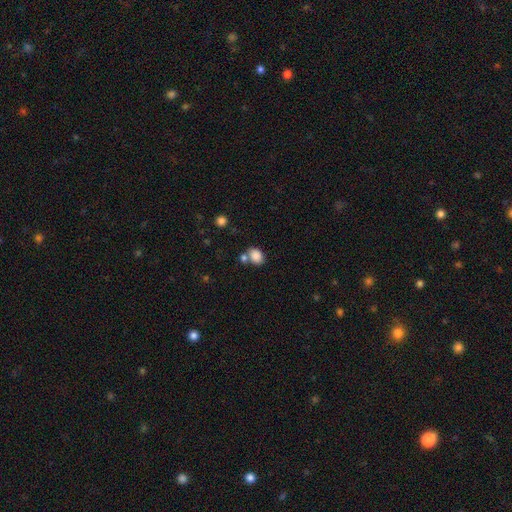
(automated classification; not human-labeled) A smooth galaxy with no disk features (85%) that is in between round and cigar-shaped (66%). Merging: none (55%).